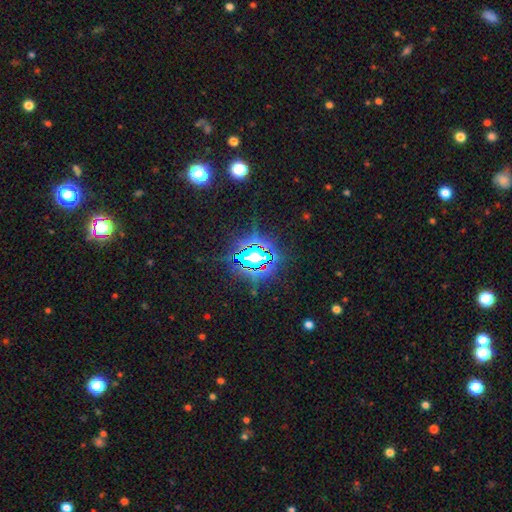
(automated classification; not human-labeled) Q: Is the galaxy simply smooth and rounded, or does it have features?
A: star or artifact — 82%.